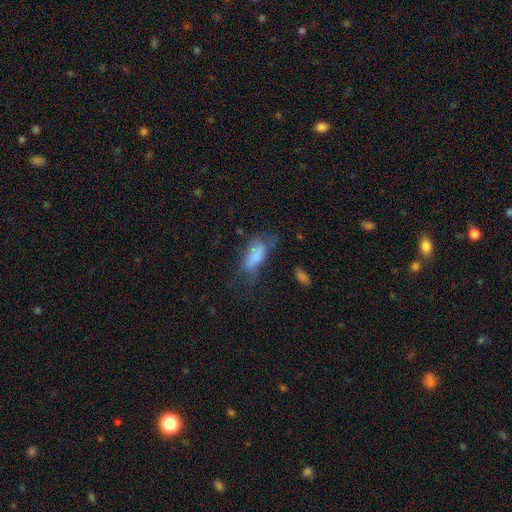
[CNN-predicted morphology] Smooth or featured: smooth — 65% (featured or disk — 24%)
How rounded: in between — 79% (cigar-shaped — 18%)
Merging: major disturbance — 36% (none — 31%)